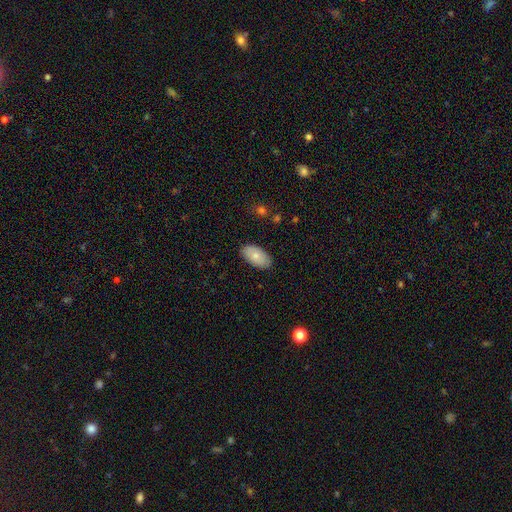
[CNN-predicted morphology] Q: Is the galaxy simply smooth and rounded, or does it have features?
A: smooth — 79%.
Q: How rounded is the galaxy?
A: in between — 95%.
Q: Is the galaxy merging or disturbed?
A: none — 87%.